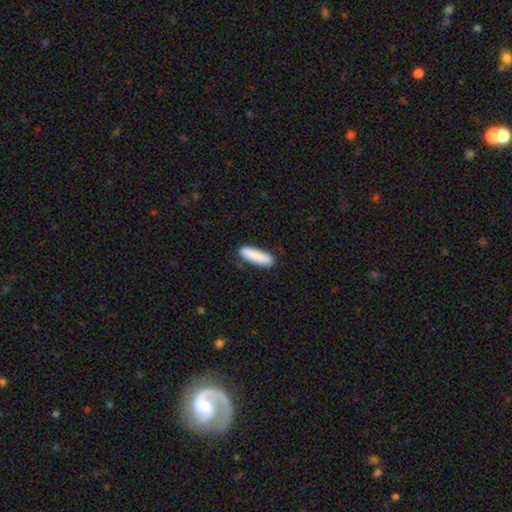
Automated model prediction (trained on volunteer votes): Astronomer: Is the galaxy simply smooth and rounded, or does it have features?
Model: smooth — 88%.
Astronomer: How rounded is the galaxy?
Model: cigar-shaped — 66%.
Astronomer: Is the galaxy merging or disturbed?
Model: none — 86%.